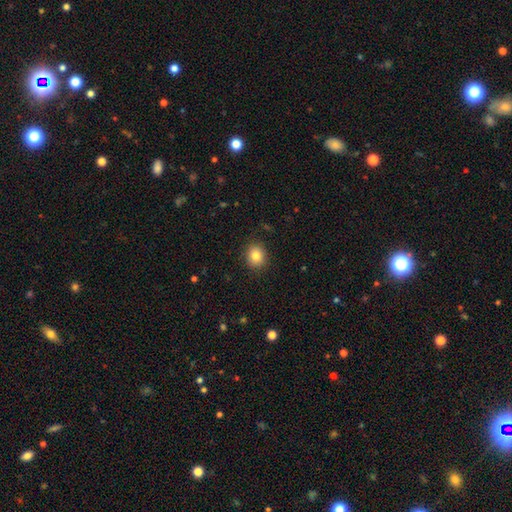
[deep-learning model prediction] Smooth or featured? Predicted: smooth (p=0.83). How rounded? Predicted: round (p=0.74). Merging? Predicted: none (p=0.89).